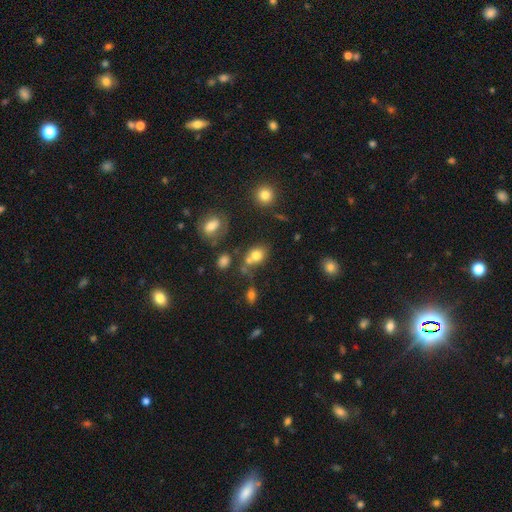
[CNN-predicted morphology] Smooth or featured?
  - smooth: 75% *
  - star or artifact: 14%
  - featured or disk: 11%
How rounded?
  - round: 51% *
  - in between: 47%
  - cigar-shaped: 1%
Merging?
  - none: 47% *
  - merger: 31%
  - minor disturbance: 15%
  - major disturbance: 7%